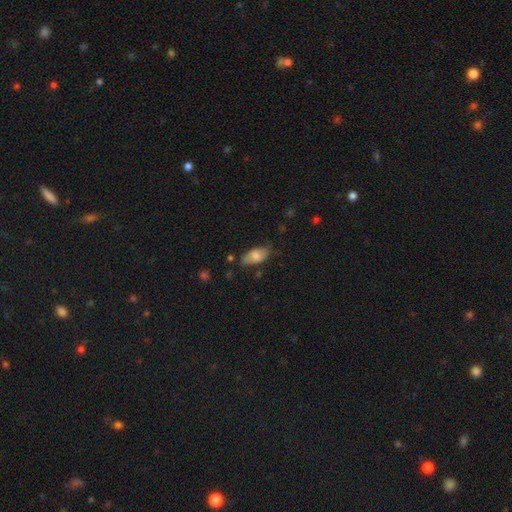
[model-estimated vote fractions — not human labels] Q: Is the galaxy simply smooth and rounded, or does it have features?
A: smooth — 68%.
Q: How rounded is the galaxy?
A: in between — 90%.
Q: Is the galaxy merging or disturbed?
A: none — 63%.